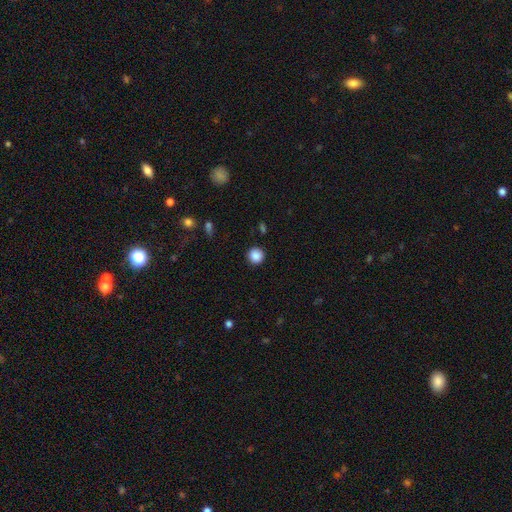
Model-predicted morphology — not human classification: This appears to be a smooth galaxy with no disk features (87%) that is round (94%). Merging: none (91%).